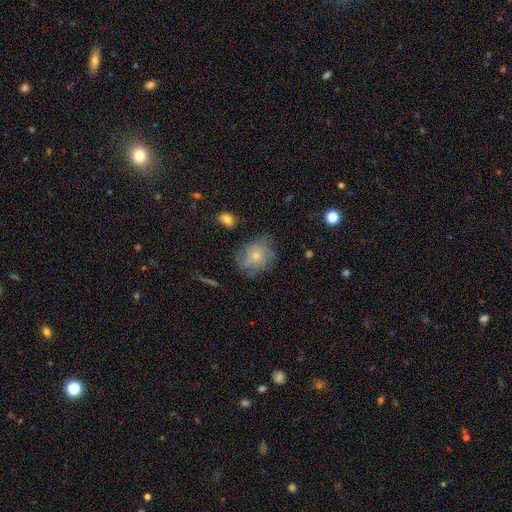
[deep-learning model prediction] smooth_or_featured: smooth (p=0.60) [alt: featured or disk p=0.30]
how_rounded: round (p=0.52) [alt: in between p=0.46]
merging: none (p=0.64) [alt: minor disturbance p=0.24]